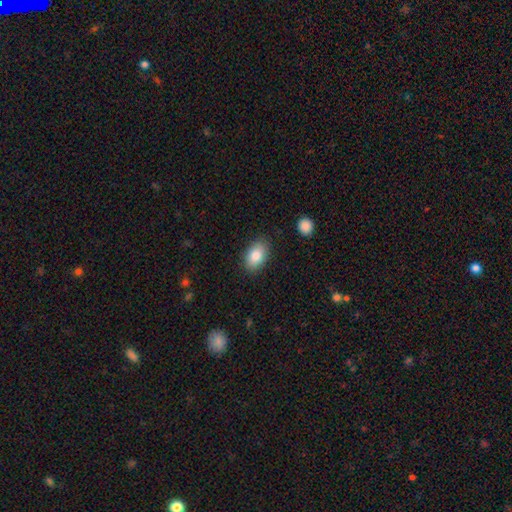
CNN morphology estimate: smooth-or-featured: smooth: 85% | featured or disk: 8% | star or artifact: 7%
  how-rounded: in between: 89% | round: 10% | cigar-shaped: 1%
  merging: none: 85% | minor disturbance: 11% | major disturbance: 3% | merger: 1%